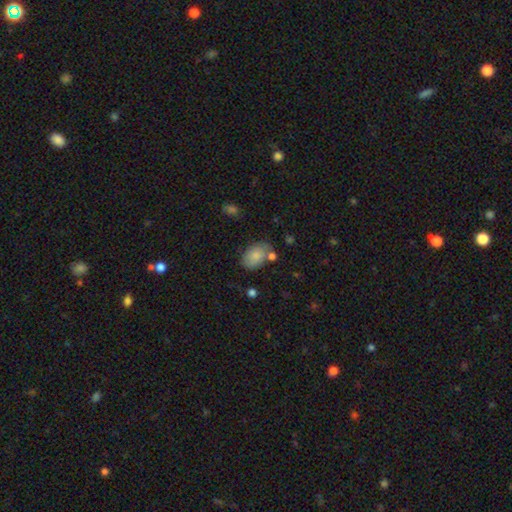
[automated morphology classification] Smooth or featured: smooth — 79% (featured or disk — 14%)
How rounded: in between — 85% (round — 14%)
Merging: none — 62% (minor disturbance — 20%)